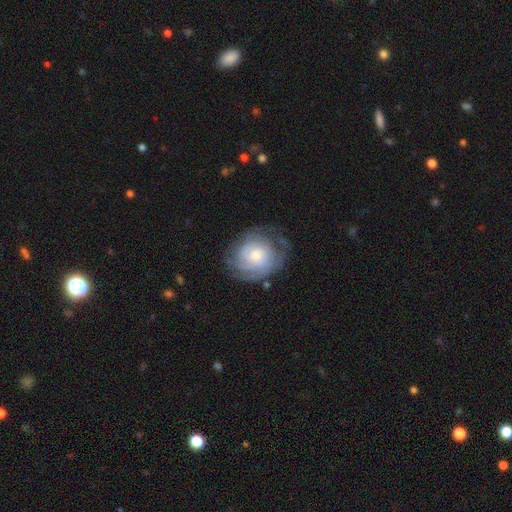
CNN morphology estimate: A featured or disk galaxy (66%) with no bar (73%), tight (61%) spiral arms (87%) and a moderate central bulge (44%). Merging: none (63%).